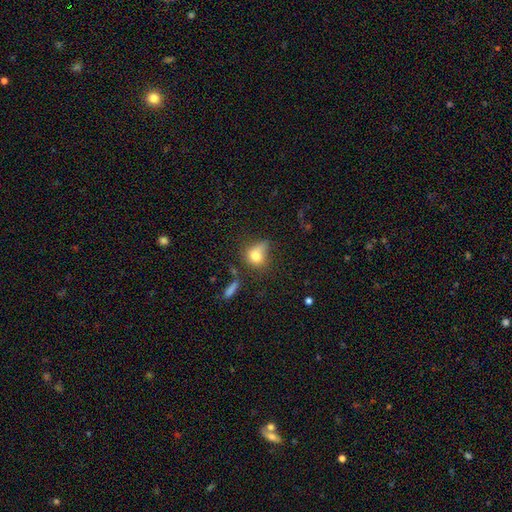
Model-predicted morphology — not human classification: Smooth or featured? Predicted: smooth (p=0.76). How rounded? Predicted: round (p=0.55). Merging? Predicted: none (p=0.41).